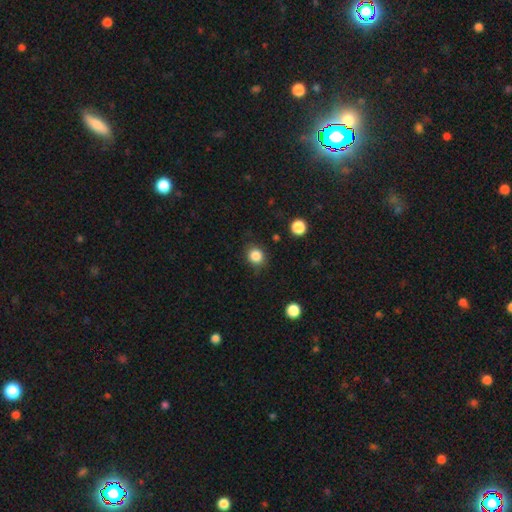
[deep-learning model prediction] smooth_or_featured: smooth (p=0.86) [alt: star or artifact p=0.10]
how_rounded: round (p=0.77) [alt: in between p=0.22]
merging: none (p=0.81) [alt: minor disturbance p=0.13]